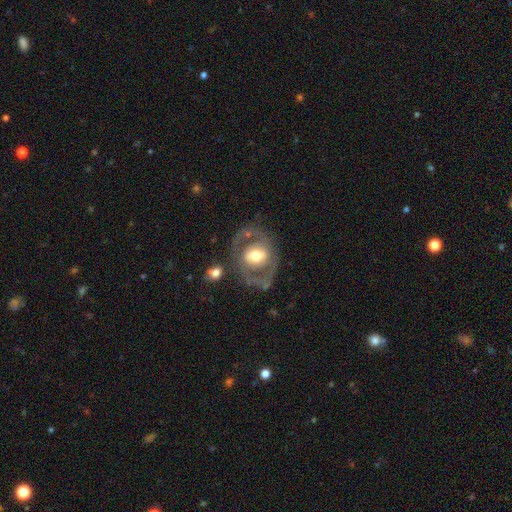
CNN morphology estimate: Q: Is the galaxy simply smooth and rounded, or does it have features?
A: featured or disk — 65%.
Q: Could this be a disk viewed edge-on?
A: no — 95%.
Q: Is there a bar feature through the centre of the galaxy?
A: no — 59%.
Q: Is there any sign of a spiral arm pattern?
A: no — 59%.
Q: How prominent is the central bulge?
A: moderate — 64%.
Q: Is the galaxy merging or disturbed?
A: none — 65%.